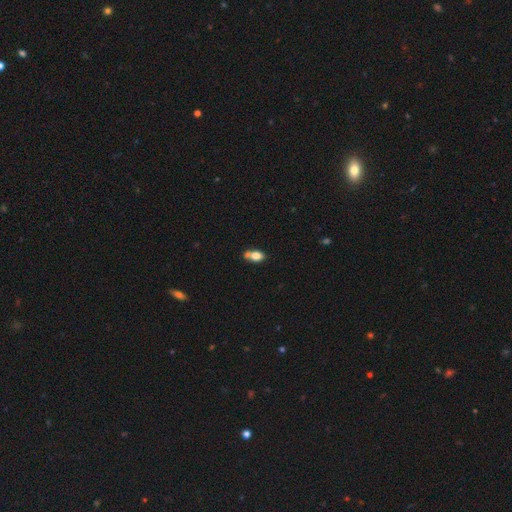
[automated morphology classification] The model was most divided on "merging": none: 47%, merger: 28%, minor disturbance: 19%, major disturbance: 6%. More confident: how rounded — in between (85%); smooth or featured — smooth (77%).